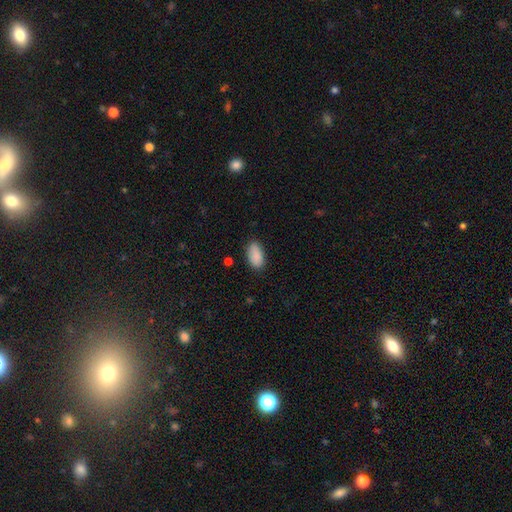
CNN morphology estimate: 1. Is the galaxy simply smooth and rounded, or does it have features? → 90% smooth, 7% star or artifact, 4% featured or disk.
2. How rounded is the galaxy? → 94% in between, 3% cigar-shaped, 3% round.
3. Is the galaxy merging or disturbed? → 84% none, 12% minor disturbance, 3% major disturbance, 1% merger.